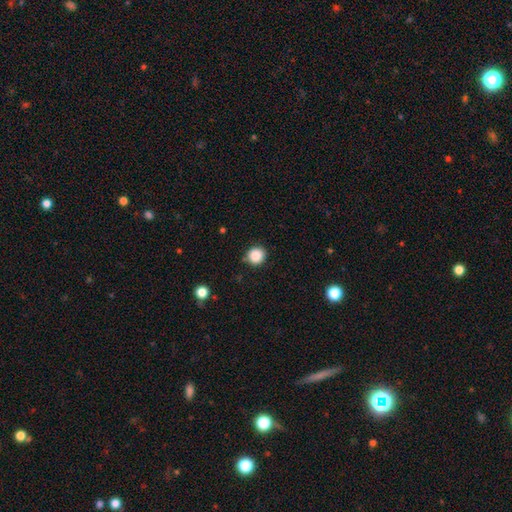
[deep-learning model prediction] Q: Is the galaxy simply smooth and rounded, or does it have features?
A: smooth — 87%.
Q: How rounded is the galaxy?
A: round — 90%.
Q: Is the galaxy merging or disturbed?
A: none — 86%.